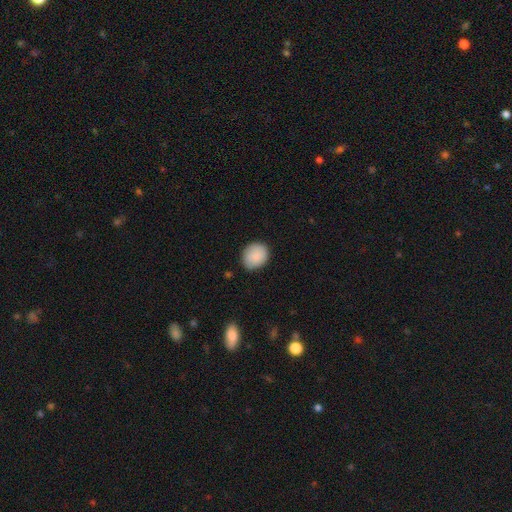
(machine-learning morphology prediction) smooth_or_featured: smooth (p=0.89) [alt: star or artifact p=0.07]
how_rounded: round (p=0.68) [alt: in between p=0.31]
merging: none (p=0.84) [alt: minor disturbance p=0.13]